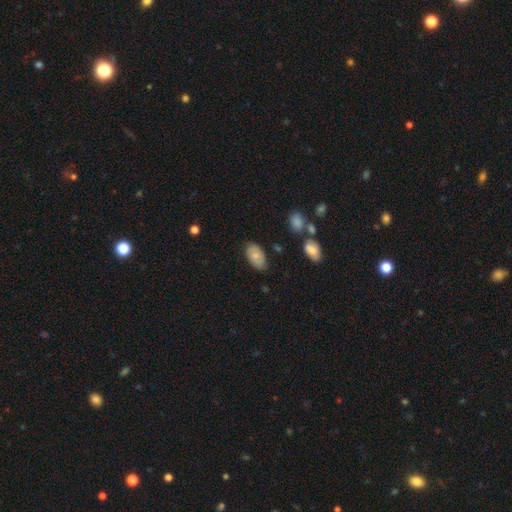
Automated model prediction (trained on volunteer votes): A smooth galaxy with no disk features (73%) that is in between round and cigar-shaped (93%). Merging: none (76%).